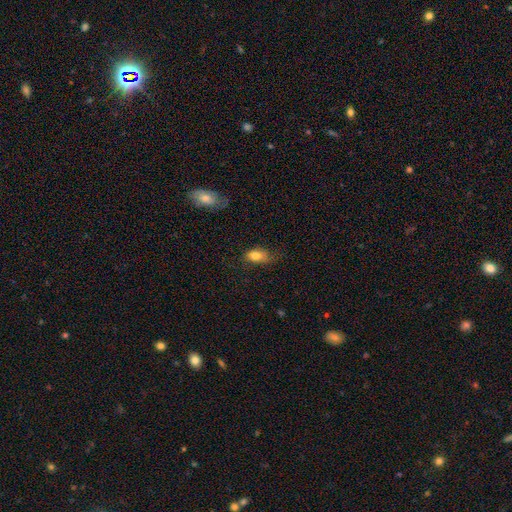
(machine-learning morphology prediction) This is likely a smooth galaxy (80%). How rounded: clearly in between (86%). Merging: possibly none (59%).